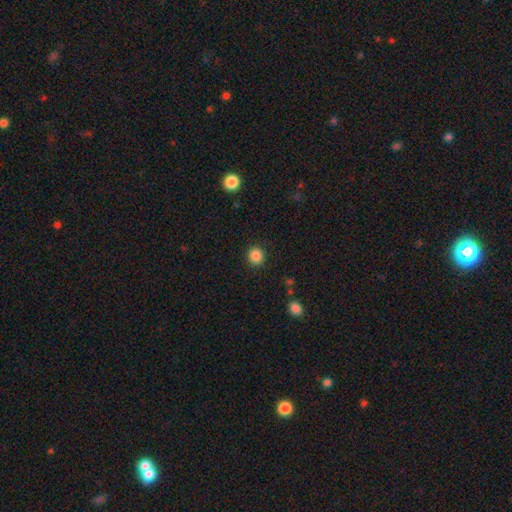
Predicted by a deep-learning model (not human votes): This is clearly a smooth galaxy (87%). How rounded: clearly round (89%). Merging: clearly none (91%).